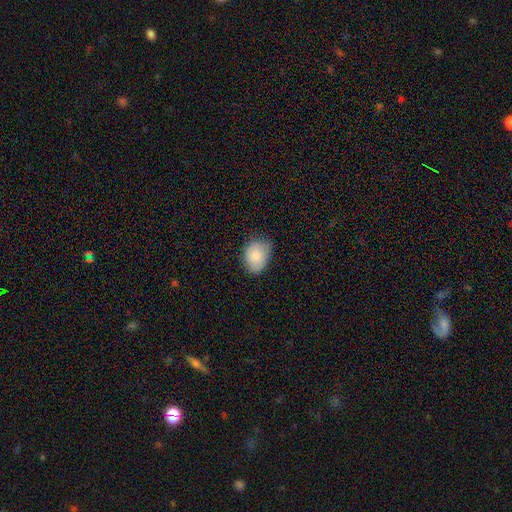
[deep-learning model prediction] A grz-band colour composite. It shows a smooth galaxy with no disk features (85%) that is in between round and cigar-shaped (68%). Merging: none (67%).